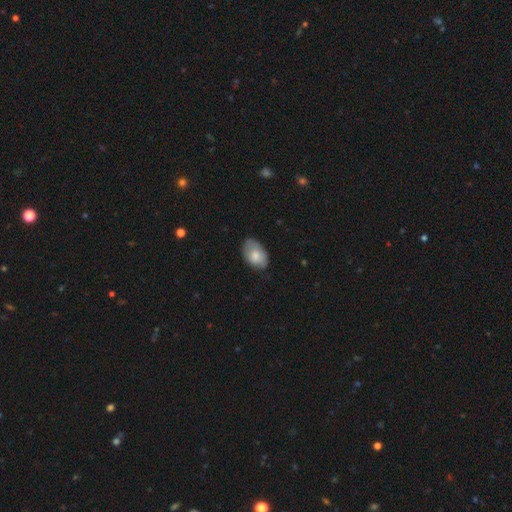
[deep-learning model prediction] Smooth or featured? smooth (76%)
How rounded? in between (89%)
Merging? none (64%)